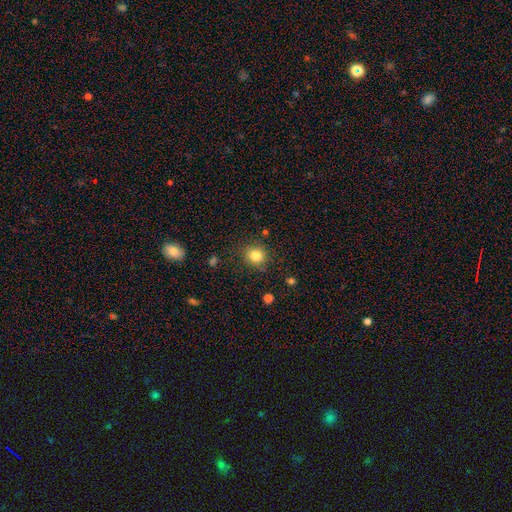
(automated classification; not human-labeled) Q: Smooth or featured?
A: smooth (83%); runner-up: star or artifact (11%)
Q: How rounded?
A: round (85%); runner-up: in between (14%)
Q: Merging?
A: none (84%); runner-up: minor disturbance (10%)